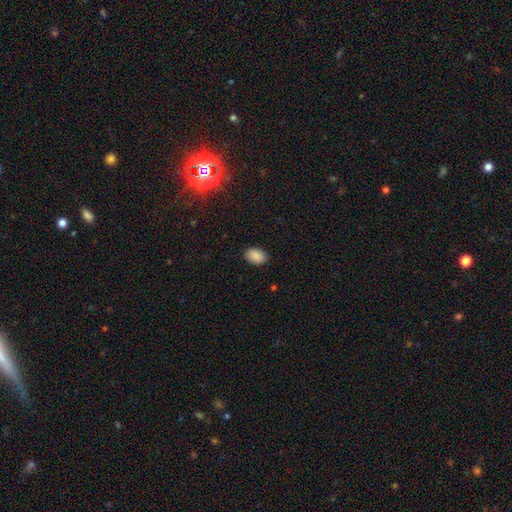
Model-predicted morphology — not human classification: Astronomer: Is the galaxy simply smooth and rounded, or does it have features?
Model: smooth — 88%.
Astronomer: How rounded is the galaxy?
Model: in between — 85%.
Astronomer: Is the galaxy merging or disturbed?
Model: none — 88%.